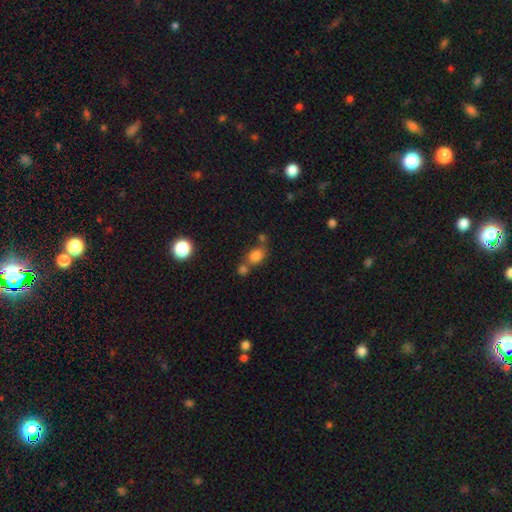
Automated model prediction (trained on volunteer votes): The model was most divided on "how rounded": in between: 56%, round: 42%, cigar-shaped: 2%. Remaining: smooth or featured — smooth (81%); merging — none (50%).